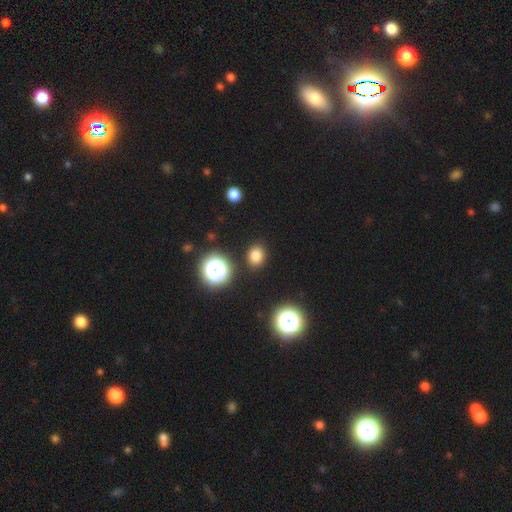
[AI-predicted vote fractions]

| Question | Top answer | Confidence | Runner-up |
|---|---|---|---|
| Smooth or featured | smooth | 78% | star or artifact (17%) |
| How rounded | round | 62% | in between (36%) |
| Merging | none | 88% | minor disturbance (7%) |